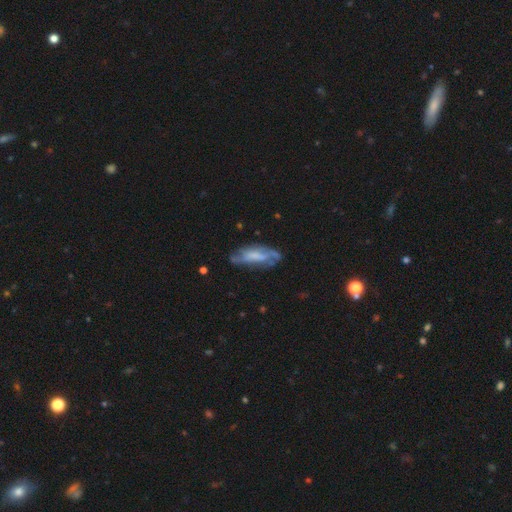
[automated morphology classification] This appears to be a featured or disk galaxy (57%). Merging: none (56%).